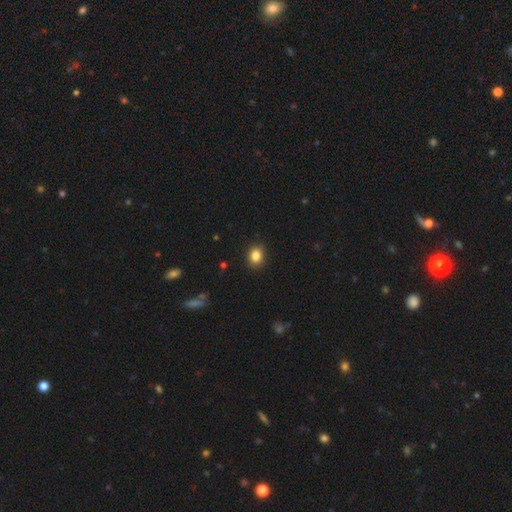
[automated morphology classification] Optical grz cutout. It shows a smooth galaxy with no disk features (85%) that is round (50%). Merging: none (89%).